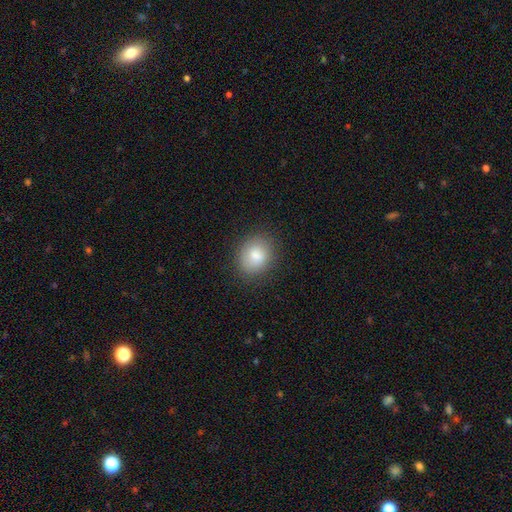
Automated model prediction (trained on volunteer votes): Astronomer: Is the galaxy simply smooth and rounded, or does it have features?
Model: smooth — 84%.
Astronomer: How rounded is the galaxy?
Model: round — 57% (runner-up: in between, 42%).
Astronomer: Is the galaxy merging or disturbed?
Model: none — 83%.